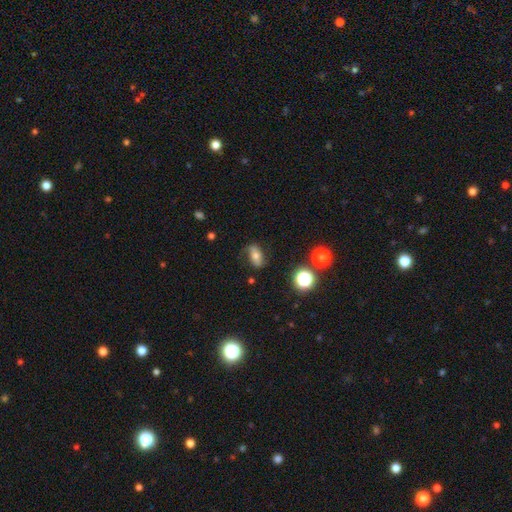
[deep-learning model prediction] This appears to be a smooth galaxy with no disk features (53%) that is in between round and cigar-shaped (77%). Merging: none (72%).